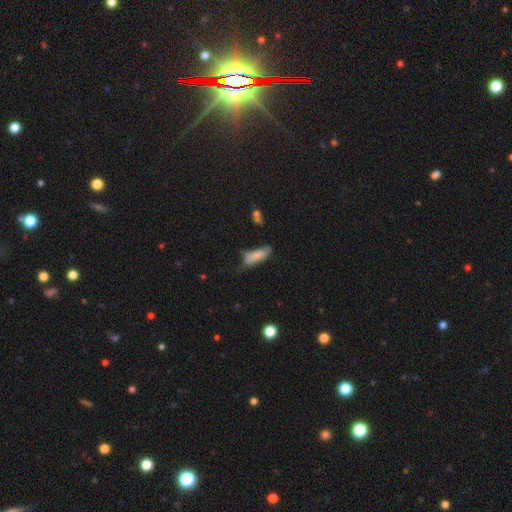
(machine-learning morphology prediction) A smooth galaxy with no disk features (78%) that is in between round and cigar-shaped (58%).

Vote fractions:
- Smooth or featured? smooth: 78% / featured or disk: 14% / star or artifact: 8%
- How rounded? in between: 58% / cigar-shaped: 40% / round: 2%
- Merging? none: 39% / minor disturbance: 37% / major disturbance: 18% / merger: 6%